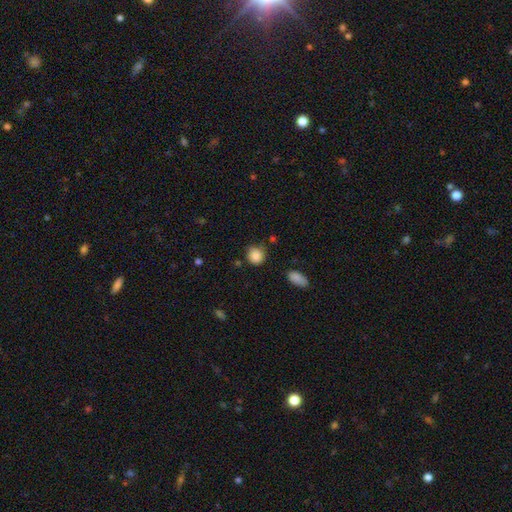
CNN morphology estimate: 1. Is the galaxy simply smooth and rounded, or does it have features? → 87% smooth, 9% star or artifact, 4% featured or disk.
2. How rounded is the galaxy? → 85% round, 14% in between, 1% cigar-shaped.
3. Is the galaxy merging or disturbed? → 74% none, 18% minor disturbance, 4% major disturbance, 4% merger.